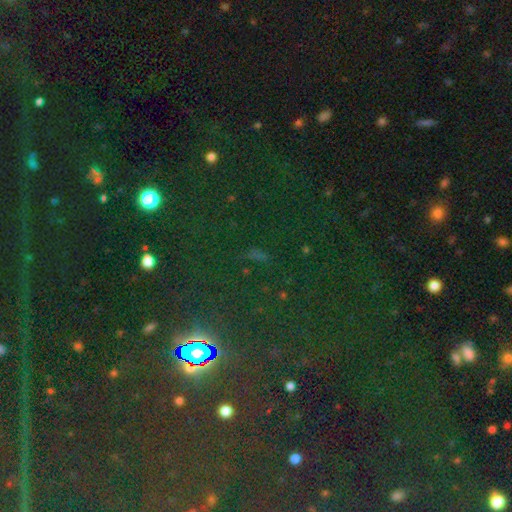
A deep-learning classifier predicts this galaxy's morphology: Smooth or featured? Predicted: star or artifact (p=0.74).